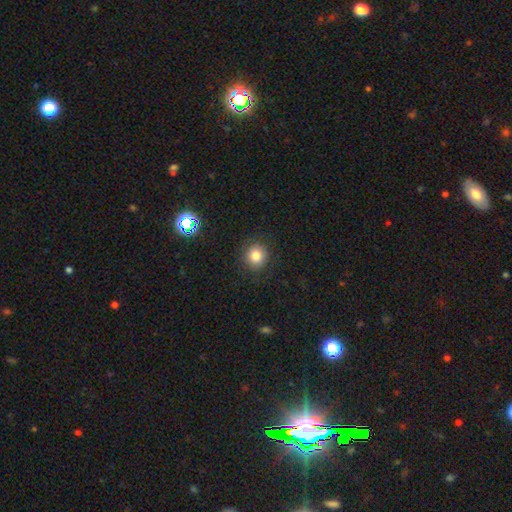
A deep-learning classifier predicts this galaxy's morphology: Q: Smooth or featured?
A: smooth (81%); runner-up: star or artifact (13%)
Q: How rounded?
A: round (88%); runner-up: in between (11%)
Q: Merging?
A: none (88%); runner-up: minor disturbance (8%)